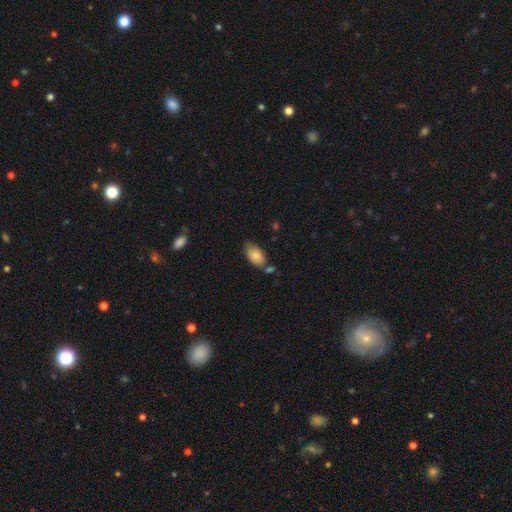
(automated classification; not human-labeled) Smooth or featured? Predicted: smooth (p=0.83). How rounded? Predicted: in between (p=0.93). Merging? Predicted: none (p=0.58).